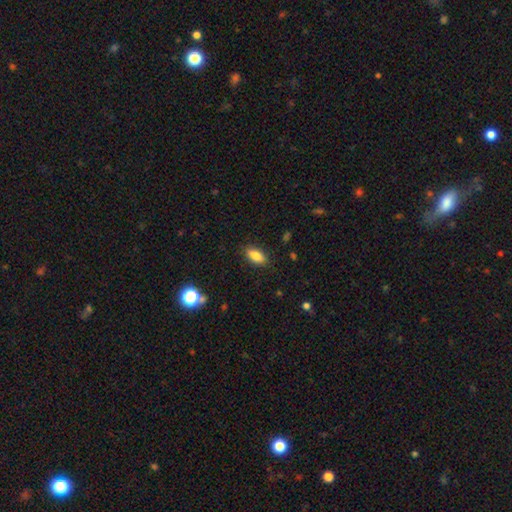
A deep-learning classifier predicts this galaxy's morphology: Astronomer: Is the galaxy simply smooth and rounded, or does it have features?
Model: smooth — 83%.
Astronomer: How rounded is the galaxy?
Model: in between — 88%.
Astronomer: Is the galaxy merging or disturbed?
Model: none — 87%.